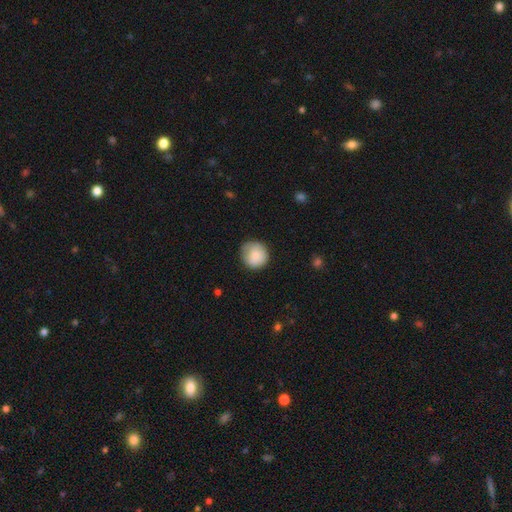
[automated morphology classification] The model was most divided on "merging": none: 71%, minor disturbance: 22%, major disturbance: 6%, merger: 1%. More confident: how rounded — round (91%); smooth or featured — smooth (82%).